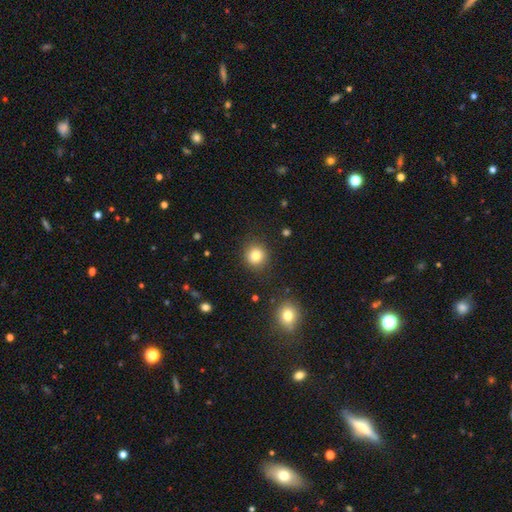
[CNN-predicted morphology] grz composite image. It shows a smooth galaxy with no disk features (82%) that is round (89%). Merging: none (88%).